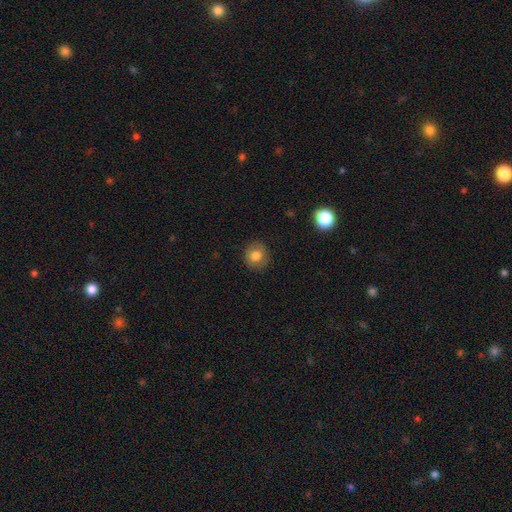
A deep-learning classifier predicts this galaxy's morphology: smooth 77%, featured or disk 13%, star or artifact 10%. Down the decision tree: how rounded — round (84%); merging — none (85%).